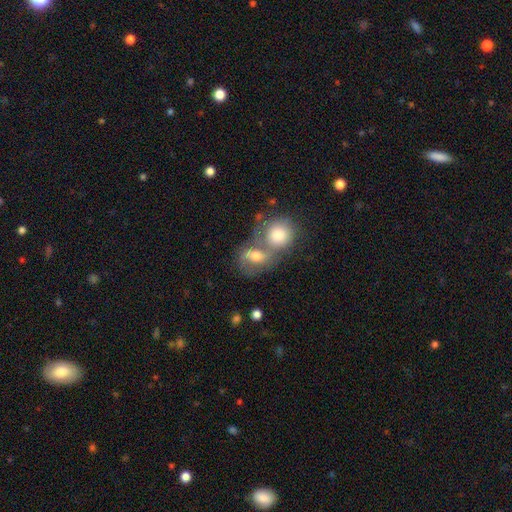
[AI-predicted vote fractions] A smooth galaxy with no disk features (45%, tied with featured or disk). Merging: merger (64%).